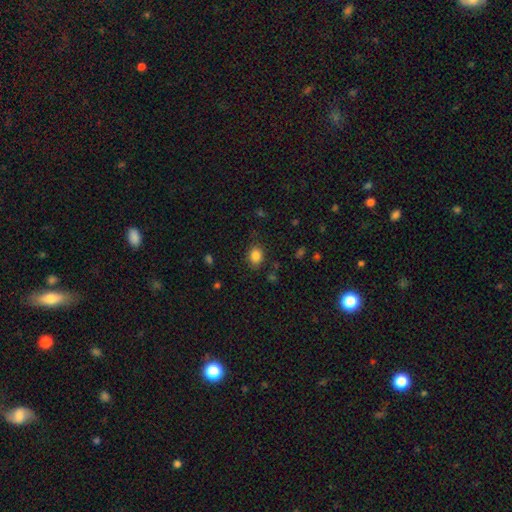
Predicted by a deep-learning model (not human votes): smooth-or-featured: smooth: 85% | star or artifact: 10% | featured or disk: 5%
  how-rounded: in between: 56% | round: 44% | cigar-shaped: 1%
  merging: none: 83% | minor disturbance: 12% | major disturbance: 4% | merger: 2%